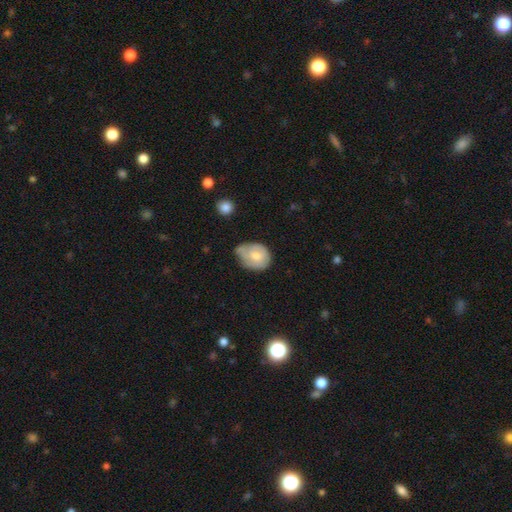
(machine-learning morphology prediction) Smooth or featured? smooth (64%)
How rounded? in between (55%)
Merging? minor disturbance (46%)